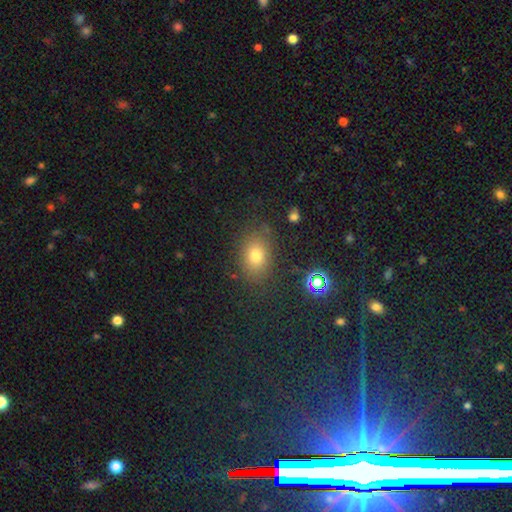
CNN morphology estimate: Smooth or featured? Predicted: smooth (p=0.70). How rounded? Predicted: in between (p=0.66). Merging? Predicted: none (p=0.81).